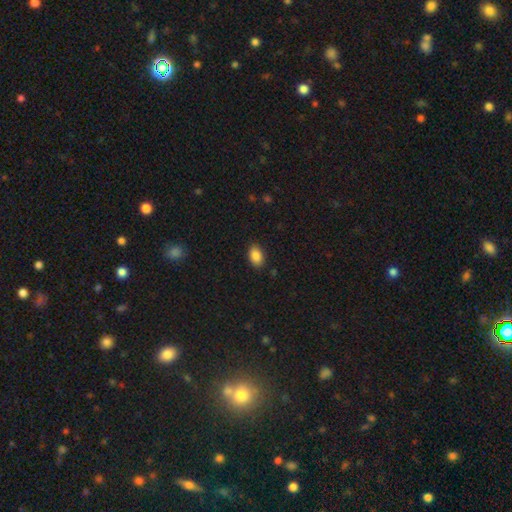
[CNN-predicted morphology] Q: Smooth or featured?
A: smooth (88%); runner-up: star or artifact (8%)
Q: How rounded?
A: in between (89%); runner-up: round (9%)
Q: Merging?
A: none (88%); runner-up: minor disturbance (9%)